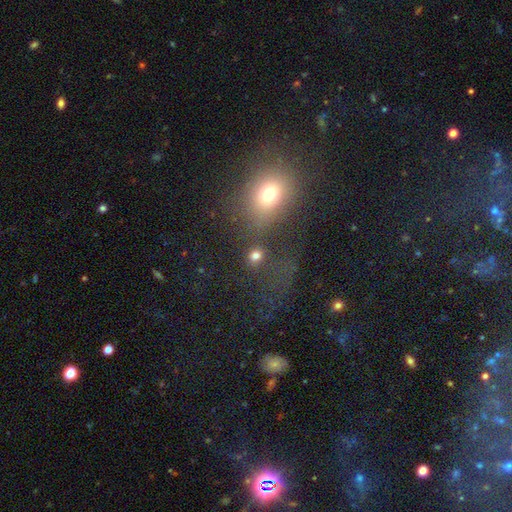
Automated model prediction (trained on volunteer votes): A smooth galaxy with no disk features (75%) that is round (70%).

Vote fractions:
- Smooth or featured? smooth: 75% / star or artifact: 17% / featured or disk: 8%
- How rounded? round: 70% / in between: 28% / cigar-shaped: 2%
- Merging? none: 66% / merger: 15% / minor disturbance: 10% / major disturbance: 9%